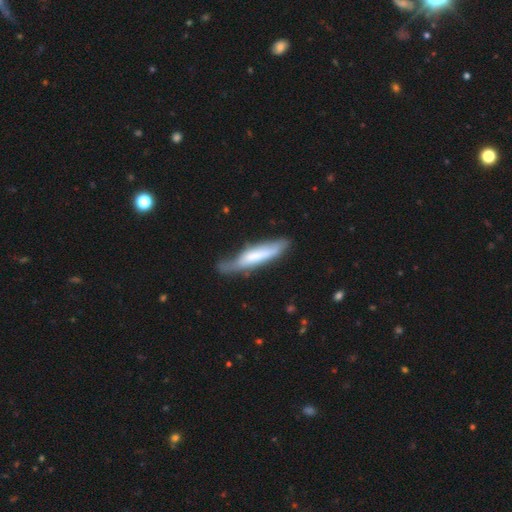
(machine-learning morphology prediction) smooth_or_featured: smooth (p=0.53) [alt: featured or disk p=0.40]
how_rounded: cigar-shaped (p=0.82) [alt: in between p=0.17]
merging: none (p=0.56) [alt: minor disturbance p=0.31]